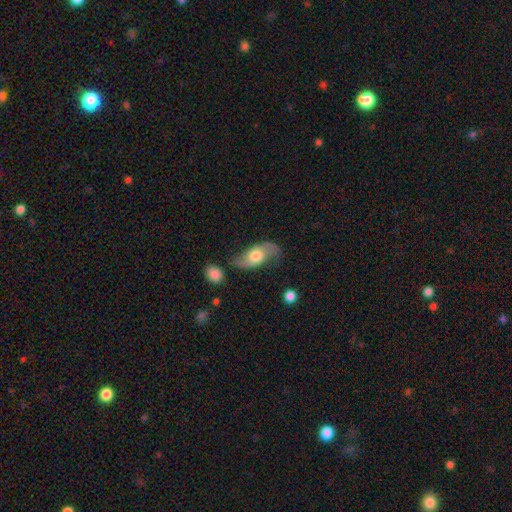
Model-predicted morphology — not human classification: Smooth or featured: featured or disk — 58% (smooth — 36%)
Edge-on disk: no — 87% (yes — 13%)
Merging: none — 59% (minor disturbance — 25%)